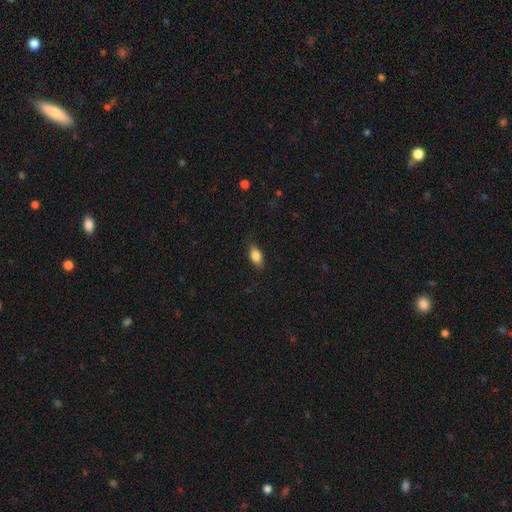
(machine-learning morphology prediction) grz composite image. It shows a smooth galaxy with no disk features (84%) that is in between round and cigar-shaped (88%). Merging: none (84%).